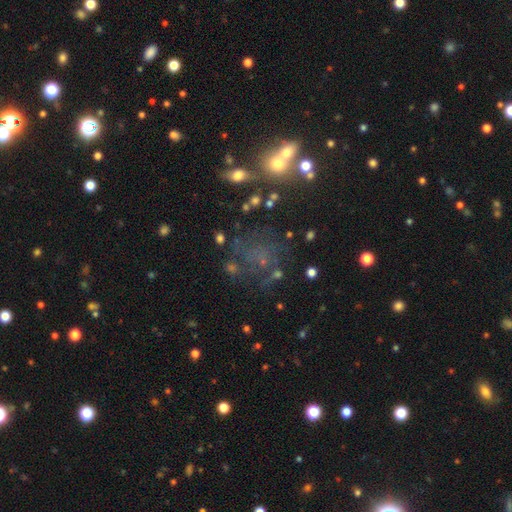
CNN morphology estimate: smooth-or-featured: star or artifact: 37% (tied) | smooth: 37% (tied) | featured or disk: 26%